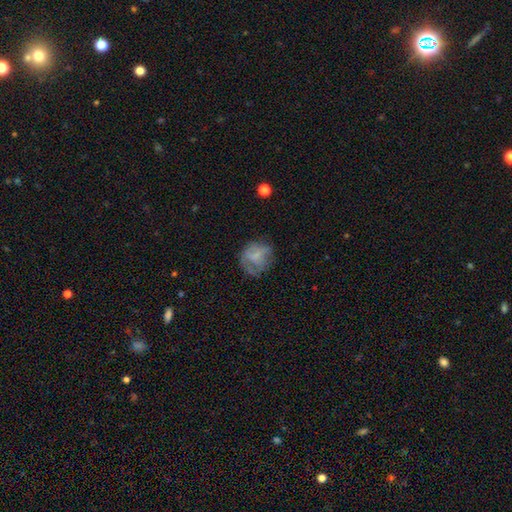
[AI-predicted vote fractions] This is possibly a smooth galaxy (55%). How rounded: likely round (73%). Merging: possibly none (52%).